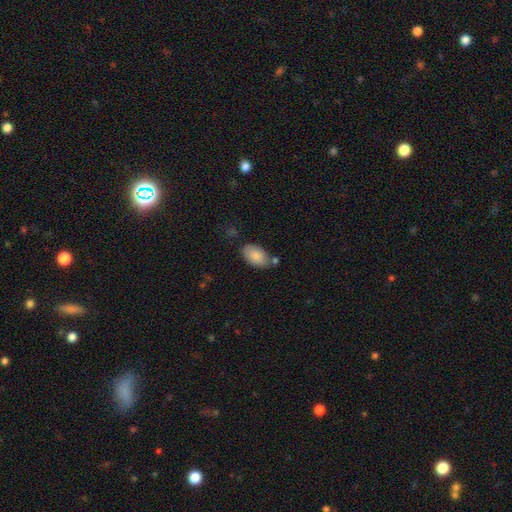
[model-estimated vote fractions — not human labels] A smooth galaxy with no disk features (86%) that is in between round and cigar-shaped (93%). Merging: none (66%).